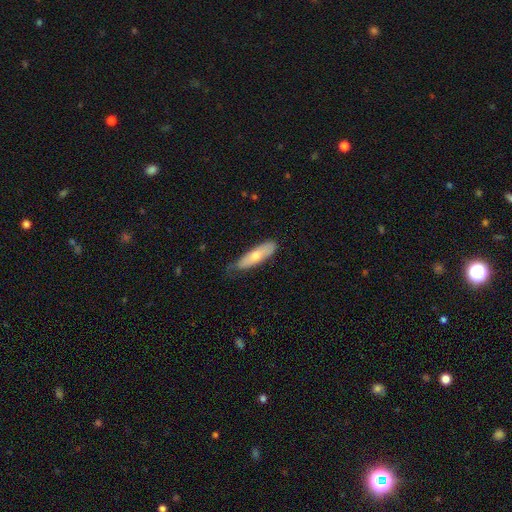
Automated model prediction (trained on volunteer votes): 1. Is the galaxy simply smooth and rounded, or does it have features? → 63% smooth, 31% featured or disk, 6% star or artifact.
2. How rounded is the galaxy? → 59% cigar-shaped, 39% in between, 2% round.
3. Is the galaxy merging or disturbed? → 66% none, 28% minor disturbance, 5% major disturbance, 1% merger.